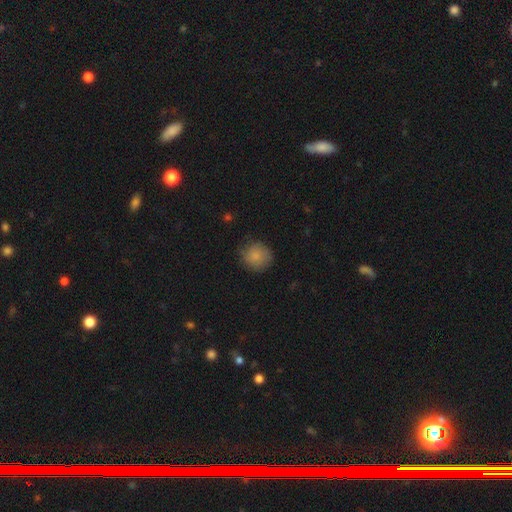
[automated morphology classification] type=smooth (84%); roundness=round (88%); merging=none (75%).